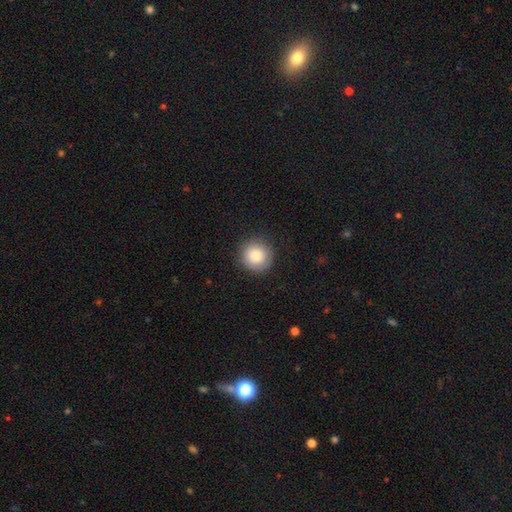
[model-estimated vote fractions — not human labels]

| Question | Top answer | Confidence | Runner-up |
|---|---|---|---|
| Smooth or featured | smooth | 83% | featured or disk (9%) |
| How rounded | round | 94% | in between (5%) |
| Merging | none | 89% | minor disturbance (8%) |